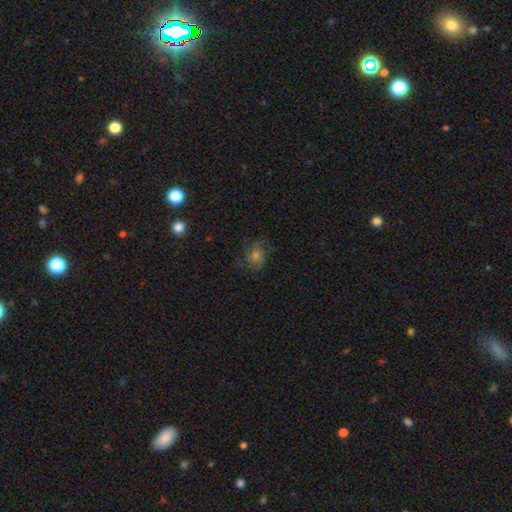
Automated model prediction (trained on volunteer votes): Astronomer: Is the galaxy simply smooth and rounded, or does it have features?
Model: featured or disk — 54% (runner-up: smooth, 30%).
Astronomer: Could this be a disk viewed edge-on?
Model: no — 97%.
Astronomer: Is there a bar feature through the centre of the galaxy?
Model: no — 75%.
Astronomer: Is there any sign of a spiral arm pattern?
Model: yes — 91%.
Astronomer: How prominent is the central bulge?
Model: moderate — 56%.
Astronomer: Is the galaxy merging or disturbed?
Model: none — 75%.